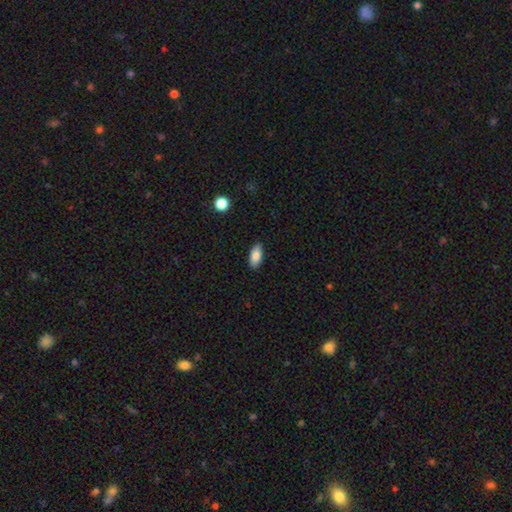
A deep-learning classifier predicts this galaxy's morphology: A smooth galaxy with no disk features (84%) that is in between round and cigar-shaped (89%).

Vote fractions:
- Smooth or featured? smooth: 84% / featured or disk: 9% / star or artifact: 7%
- How rounded? in between: 89% / cigar-shaped: 8% / round: 3%
- Merging? none: 88% / minor disturbance: 9% / major disturbance: 2% / merger: 1%